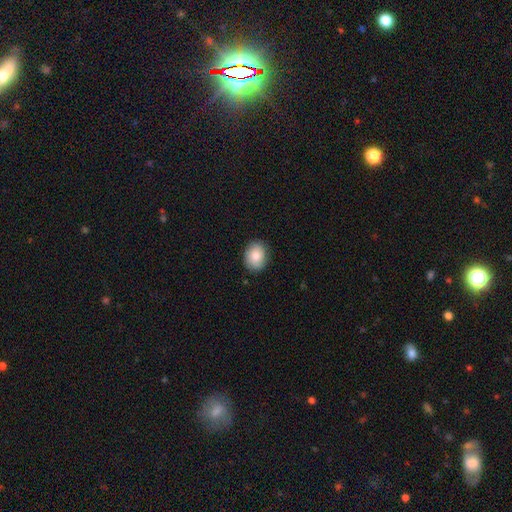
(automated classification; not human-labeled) Smooth or featured?
  - smooth: 82% *
  - featured or disk: 11%
  - star or artifact: 8%
How rounded?
  - in between: 51% *
  - round: 48%
  - cigar-shaped: 1%
Merging?
  - none: 86% *
  - minor disturbance: 10%
  - major disturbance: 2%
  - merger: 1%